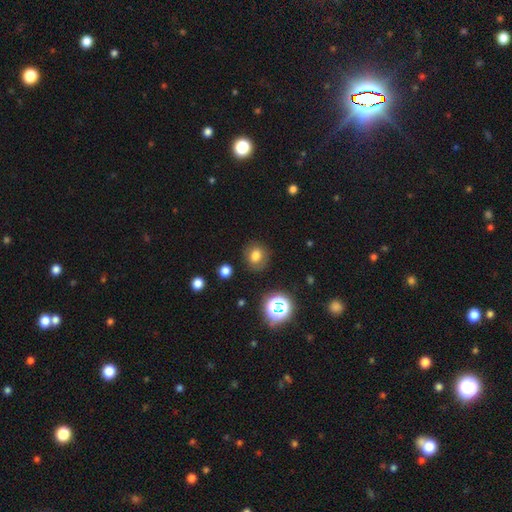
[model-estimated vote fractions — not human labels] Smooth or featured? Predicted: smooth (p=0.75). How rounded? Predicted: round (p=0.73). Merging? Predicted: none (p=0.83).